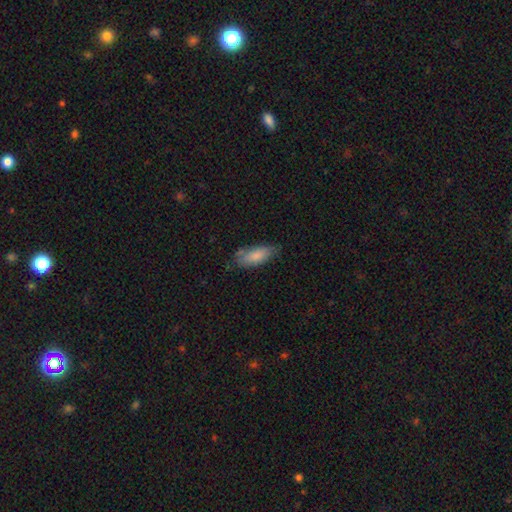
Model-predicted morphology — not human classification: smooth_or_featured: smooth (p=0.82) [alt: featured or disk p=0.11]
how_rounded: in between (p=0.77) [alt: cigar-shaped p=0.21]
merging: none (p=0.63) [alt: minor disturbance p=0.27]